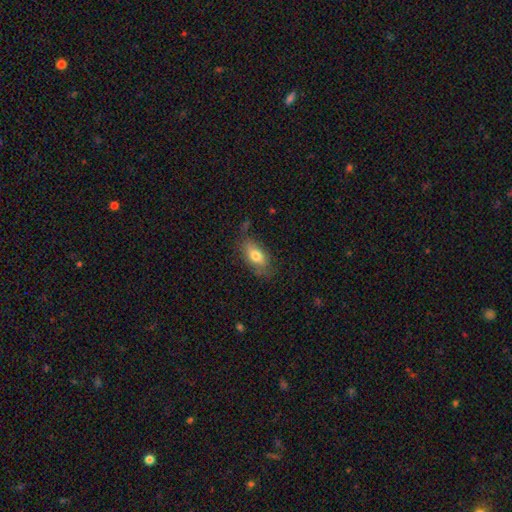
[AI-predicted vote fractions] Morphology: type=smooth (76%); roundness=in between (87%); merging=none (71%).